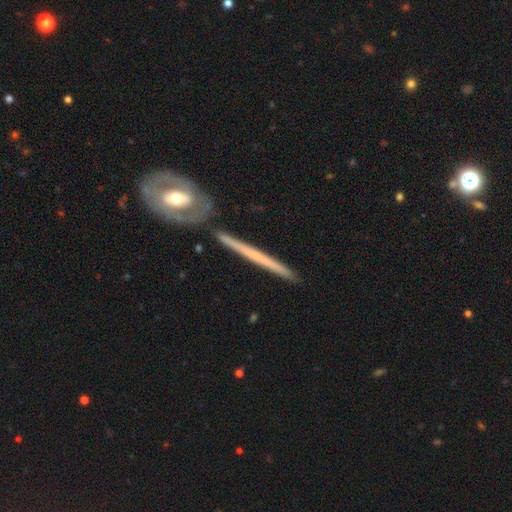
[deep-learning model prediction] Overall: featured or disk (62%; smooth 32%). Edge-on disk: yes (92%). Edge-on bulge: none (75%). Merging: none (83%).